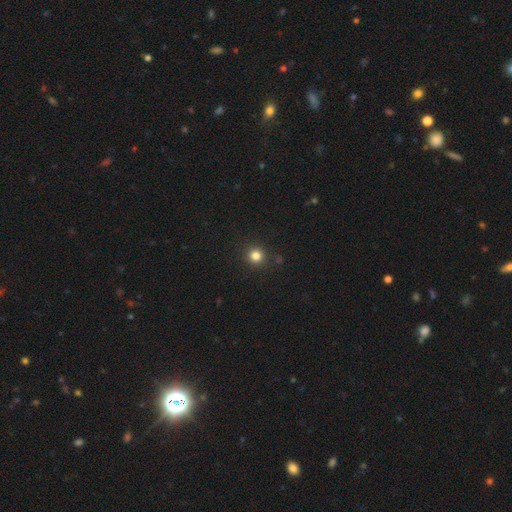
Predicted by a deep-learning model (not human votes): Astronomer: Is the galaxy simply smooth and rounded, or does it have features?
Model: smooth — 82%.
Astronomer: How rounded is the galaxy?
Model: round — 93%.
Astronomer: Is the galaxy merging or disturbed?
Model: none — 90%.